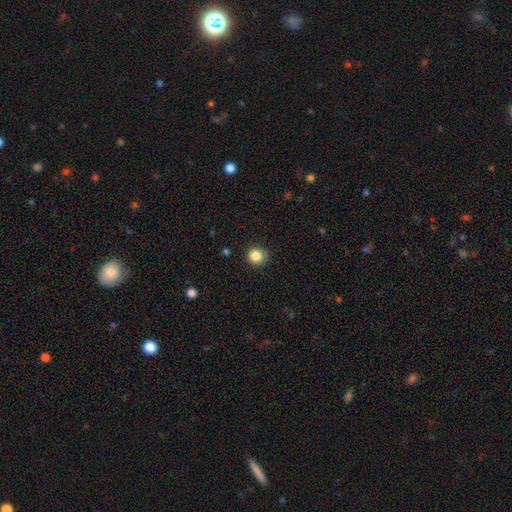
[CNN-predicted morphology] Q: Smooth or featured?
A: smooth (85%); runner-up: star or artifact (11%)
Q: How rounded?
A: round (92%); runner-up: in between (7%)
Q: Merging?
A: none (88%); runner-up: minor disturbance (8%)